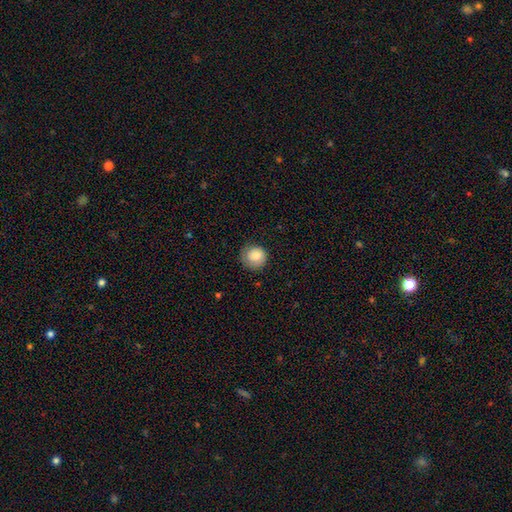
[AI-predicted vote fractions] smooth_or_featured: smooth (p=0.79) [alt: featured or disk p=0.14]
how_rounded: round (p=0.88) [alt: in between p=0.11]
merging: none (p=0.72) [alt: minor disturbance p=0.20]